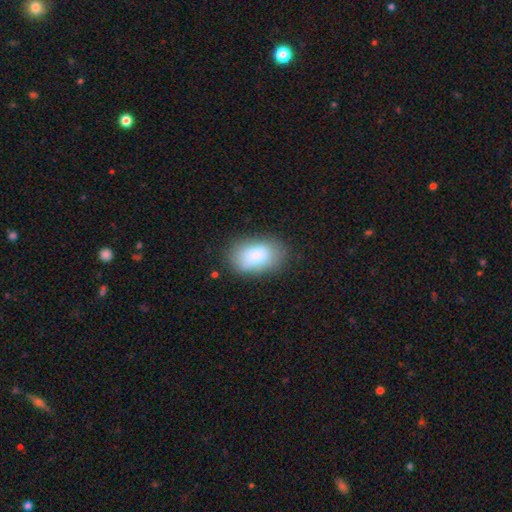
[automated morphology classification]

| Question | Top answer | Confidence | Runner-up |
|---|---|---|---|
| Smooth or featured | smooth | 83% | featured or disk (10%) |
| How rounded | in between | 88% | round (11%) |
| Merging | none | 78% | minor disturbance (15%) |